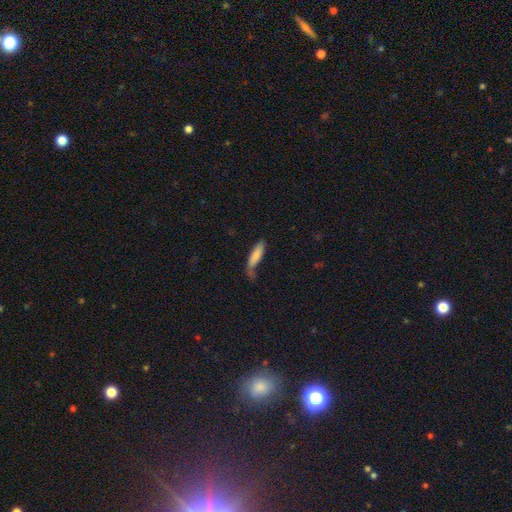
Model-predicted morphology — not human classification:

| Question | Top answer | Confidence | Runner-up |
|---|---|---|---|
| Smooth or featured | smooth | 78% | featured or disk (16%) |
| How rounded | cigar-shaped | 62% | in between (36%) |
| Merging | none | 42% | minor disturbance (33%) |